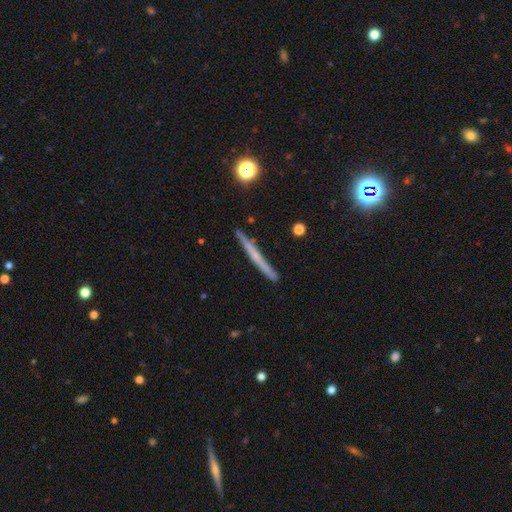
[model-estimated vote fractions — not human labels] A featured or disk galaxy (53%) viewed edge-on (97%) with no central bulge (72%). Merging: none (88%).